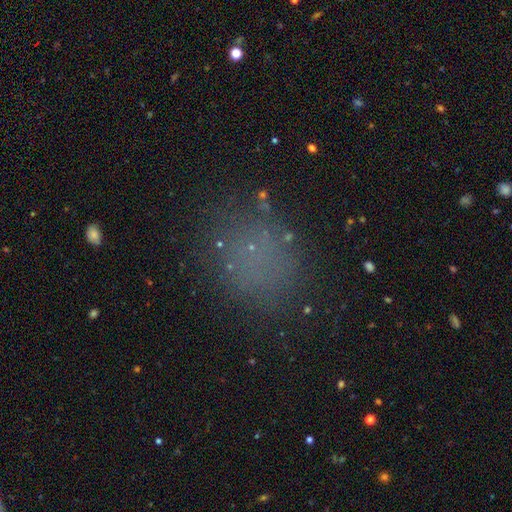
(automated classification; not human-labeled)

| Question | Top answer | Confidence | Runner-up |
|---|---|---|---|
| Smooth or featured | smooth | 60% | star or artifact (29%) |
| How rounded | round | 74% | in between (25%) |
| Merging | none | 79% | minor disturbance (12%) |